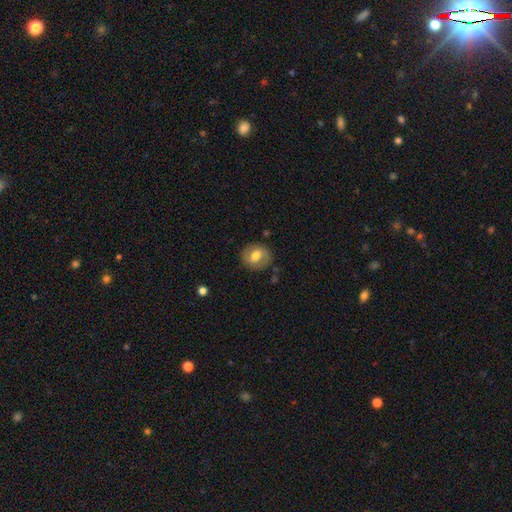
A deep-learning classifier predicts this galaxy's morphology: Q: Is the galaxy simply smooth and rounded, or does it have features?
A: smooth — 58%.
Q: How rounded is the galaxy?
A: round — 72%.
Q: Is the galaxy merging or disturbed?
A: none — 82%.